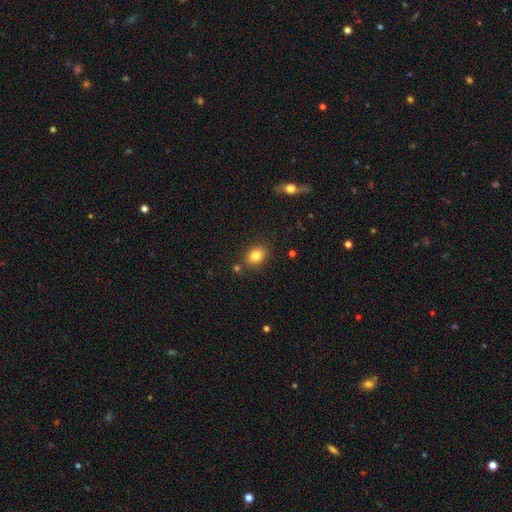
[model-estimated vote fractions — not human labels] smooth_or_featured: smooth (p=0.83) [alt: star or artifact p=0.10]
how_rounded: in between (p=0.60) [alt: round p=0.39]
merging: none (p=0.82) [alt: minor disturbance p=0.11]